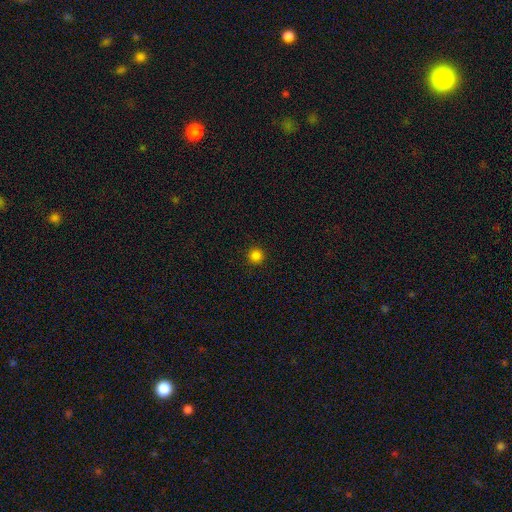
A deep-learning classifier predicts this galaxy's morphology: Smooth or featured?
  - smooth: 84% *
  - star or artifact: 13%
  - featured or disk: 3%
How rounded?
  - round: 96% *
  - in between: 3%
  - cigar-shaped: 1%
Merging?
  - none: 93% *
  - minor disturbance: 4%
  - major disturbance: 2%
  - merger: 1%